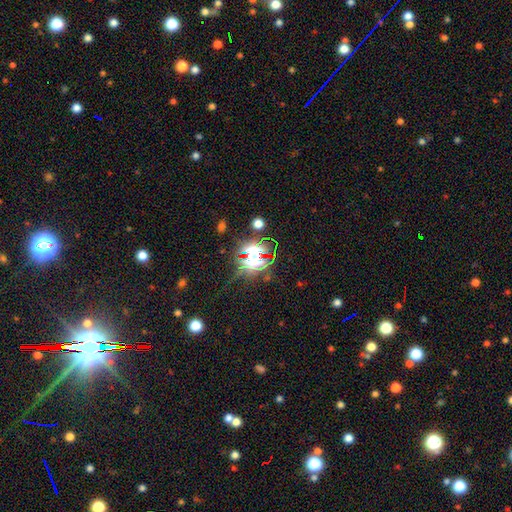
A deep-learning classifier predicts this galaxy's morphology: star or artifact 67%, smooth 22%, featured or disk 10%.